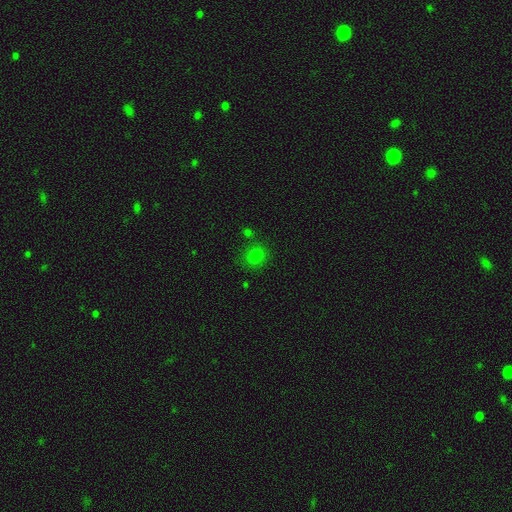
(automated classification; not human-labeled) smooth 77%, star or artifact 18%, featured or disk 6%. Down the decision tree: how rounded — round (76%); merging — none (80%).